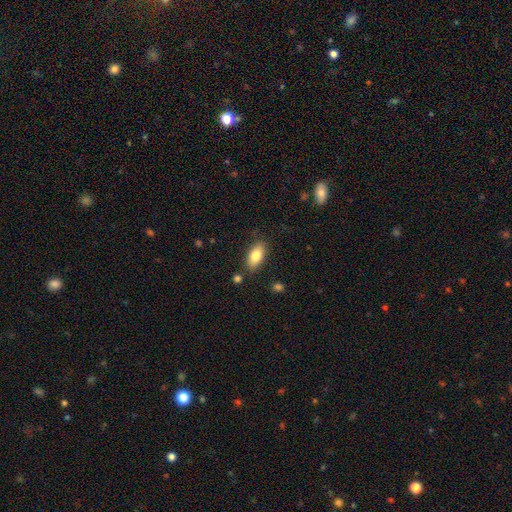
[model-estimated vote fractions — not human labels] Overall: smooth (80%). How rounded: in between (89%). Merging: none (82%).